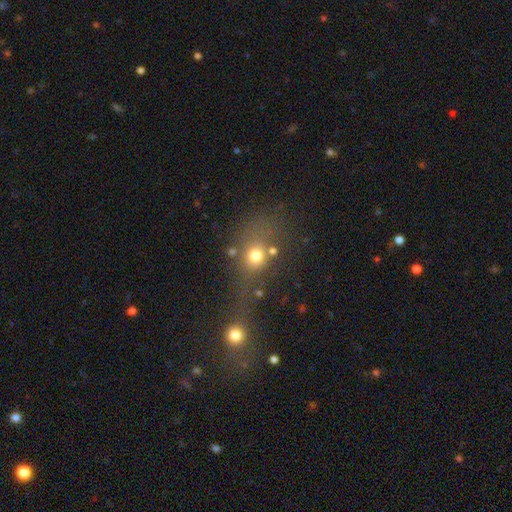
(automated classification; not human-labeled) Q: Smooth or featured?
A: smooth (69%); runner-up: star or artifact (18%)
Q: How rounded?
A: round (61%); runner-up: in between (36%)
Q: Merging?
A: none (45%); runner-up: merger (25%)